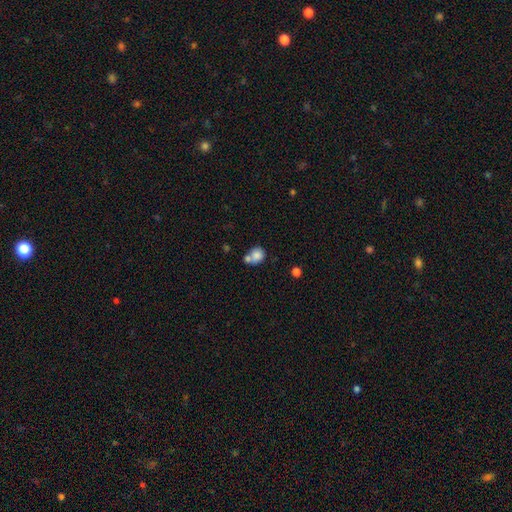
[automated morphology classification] Smooth or featured? smooth (80%)
How rounded? round (75%)
Merging? merger (45%)